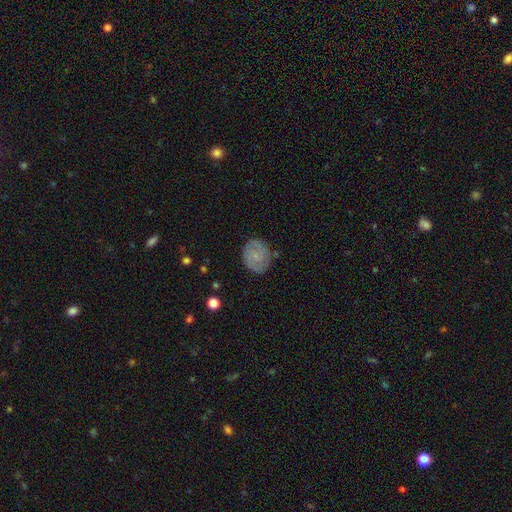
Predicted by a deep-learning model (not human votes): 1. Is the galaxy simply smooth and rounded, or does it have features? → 49% smooth, 43% featured or disk, 8% star or artifact.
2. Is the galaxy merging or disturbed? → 78% none, 16% minor disturbance, 4% major disturbance, 2% merger.